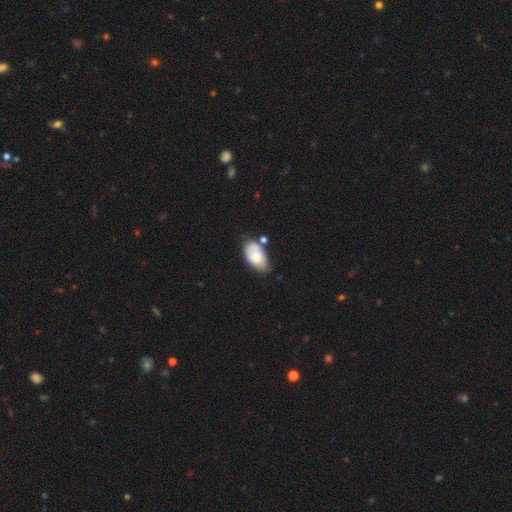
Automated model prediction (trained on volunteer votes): Morphology: type=smooth (71%); roundness=in between (94%); merging=none (57%).